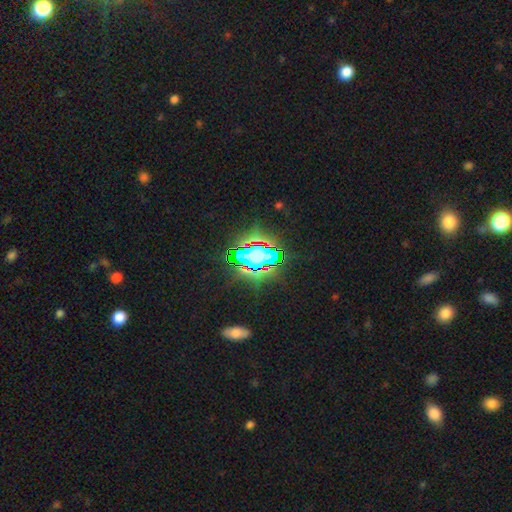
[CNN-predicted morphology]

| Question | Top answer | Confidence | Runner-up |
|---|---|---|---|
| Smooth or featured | star or artifact | 66% | smooth (20%) |